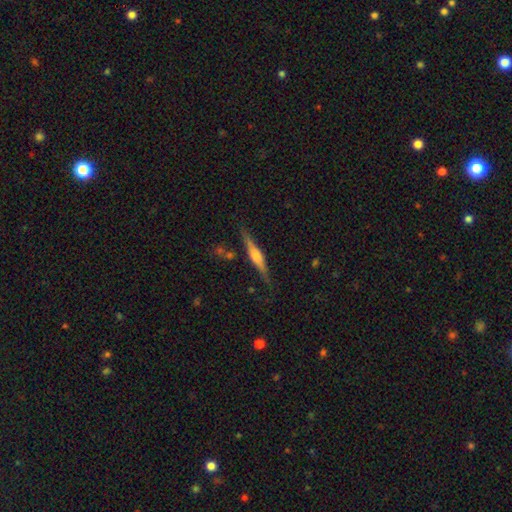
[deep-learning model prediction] smooth_or_featured: featured or disk (p=0.75) [alt: smooth p=0.19]
disk_edge_on: yes (p=0.98) [alt: no p=0.02]
edge_on_bulge: rounded (p=0.82) [alt: boxy p=0.12]
merging: none (p=0.86) [alt: minor disturbance p=0.10]